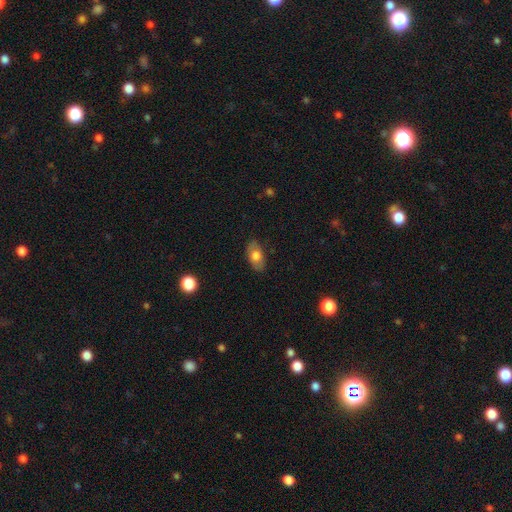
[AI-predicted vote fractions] Smooth or featured?
  - smooth: 70% *
  - featured or disk: 23%
  - star or artifact: 7%
How rounded?
  - in between: 90% *
  - round: 7%
  - cigar-shaped: 3%
Merging?
  - none: 82% *
  - minor disturbance: 14%
  - major disturbance: 3%
  - merger: 1%